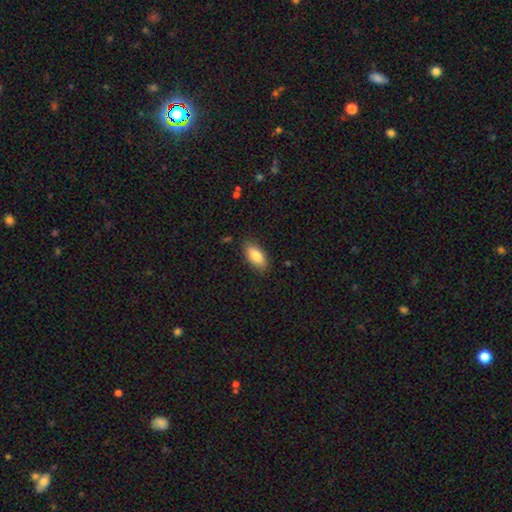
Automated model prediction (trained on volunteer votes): This is clearly a smooth galaxy (83%). How rounded: clearly in between (90%). Merging: clearly none (85%).